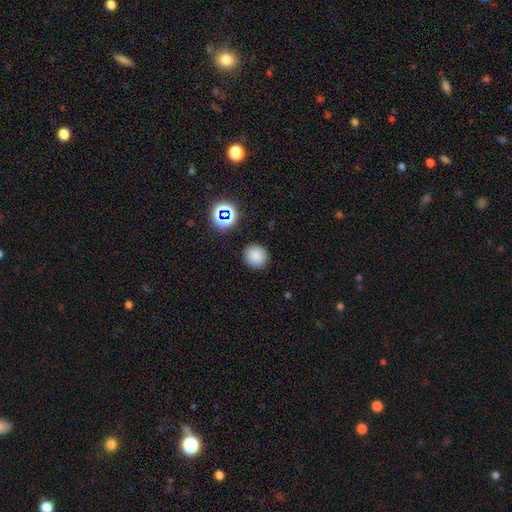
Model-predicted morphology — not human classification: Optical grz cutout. It shows a smooth galaxy with no disk features (81%) that is round (92%). Merging: none (90%).